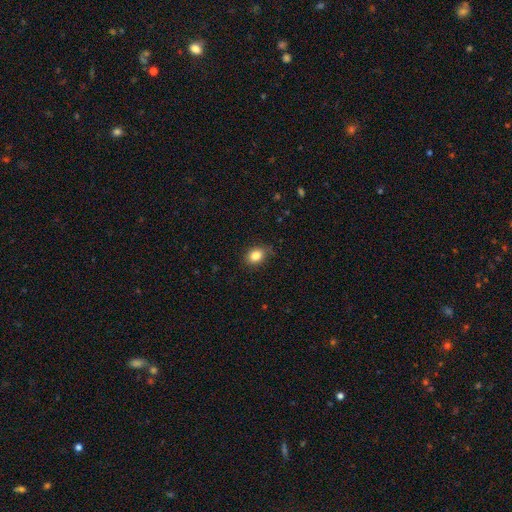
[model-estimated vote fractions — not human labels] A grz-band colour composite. It shows a smooth galaxy with no disk features (84%) that is in between round and cigar-shaped (57%). Merging: none (80%).